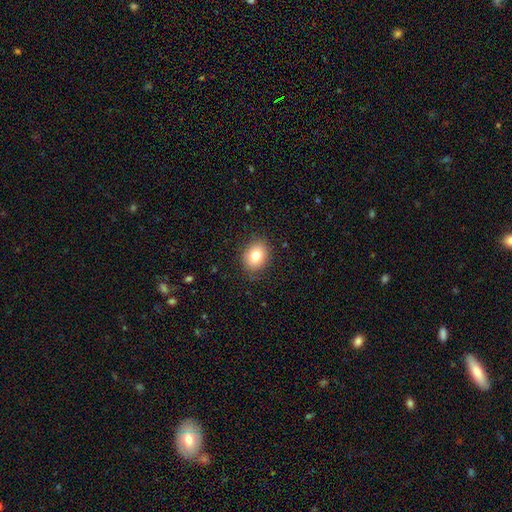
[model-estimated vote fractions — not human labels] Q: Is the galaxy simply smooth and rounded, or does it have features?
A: smooth — 81%.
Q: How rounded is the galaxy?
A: in between — 52%.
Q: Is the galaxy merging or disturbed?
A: none — 85%.